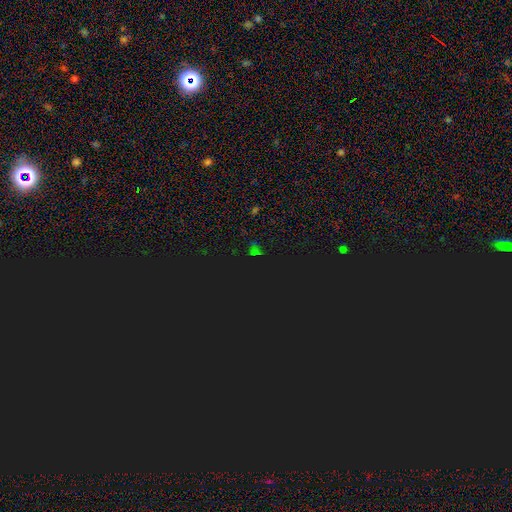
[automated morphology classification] Smooth or featured? star or artifact (77%)